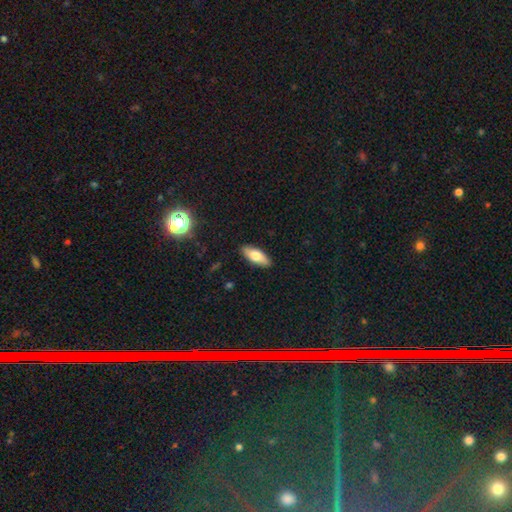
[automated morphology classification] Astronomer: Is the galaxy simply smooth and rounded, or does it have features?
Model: smooth — 73%.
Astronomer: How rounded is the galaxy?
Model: in between — 76%.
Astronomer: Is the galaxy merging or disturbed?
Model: none — 89%.